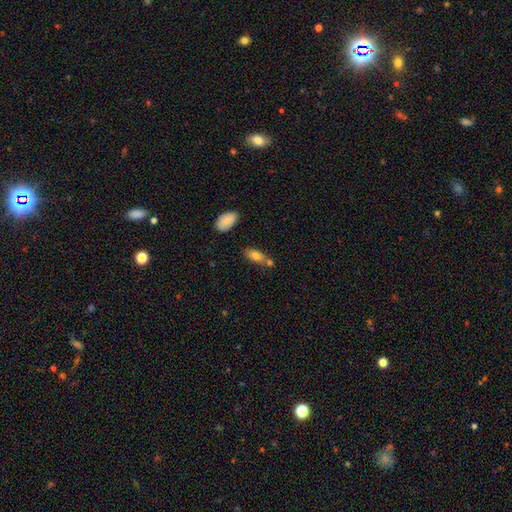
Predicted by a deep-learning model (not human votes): Morphology: type=smooth (76%); roundness=in between (76%); merging=none (50%).